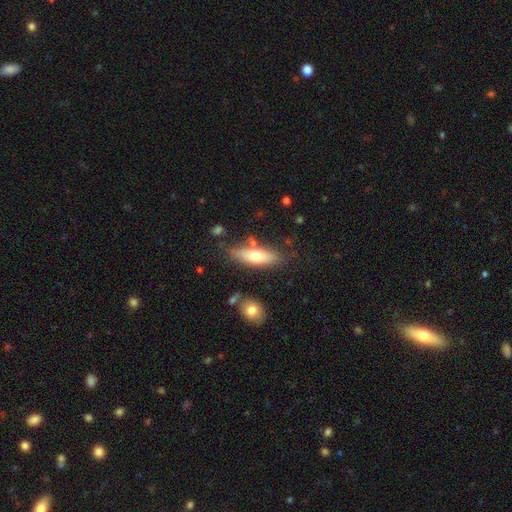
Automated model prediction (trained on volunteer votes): Morphology: type=smooth (66%); roundness=in between (50%); merging=none (73%).